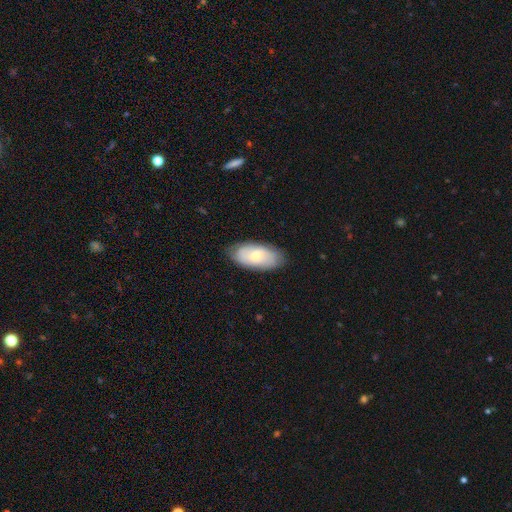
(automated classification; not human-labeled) A smooth galaxy with no disk features (61%) that is in between round and cigar-shaped (93%). Merging: none (81%).